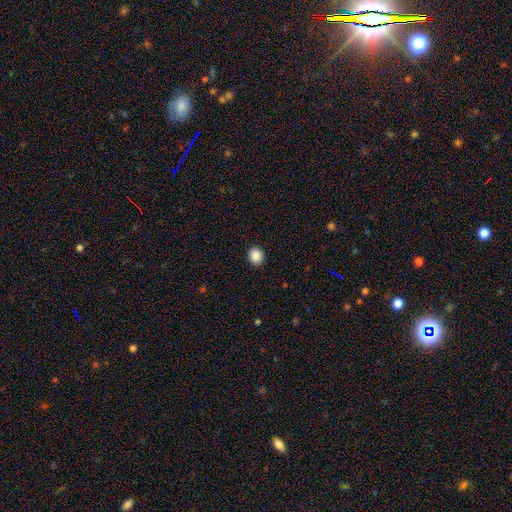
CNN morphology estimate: The model was most divided on "how rounded": round: 81%, in between: 18%, cigar-shaped: 1%. More confident: merging — none (92%); smooth or featured — smooth (88%).